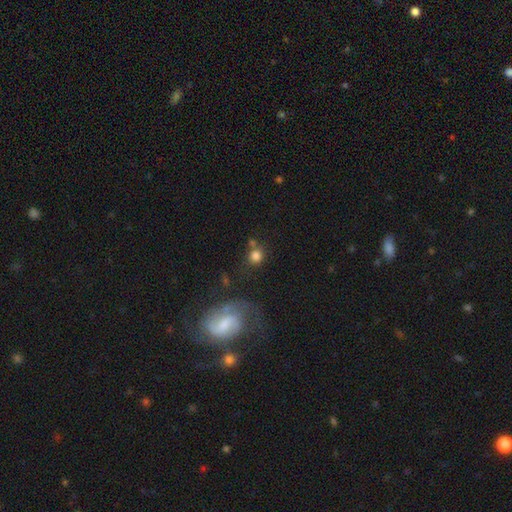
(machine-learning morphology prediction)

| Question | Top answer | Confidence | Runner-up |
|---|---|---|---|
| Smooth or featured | smooth | 78% | star or artifact (12%) |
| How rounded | round | 86% | in between (12%) |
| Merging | none | 61% | merger (18%) |